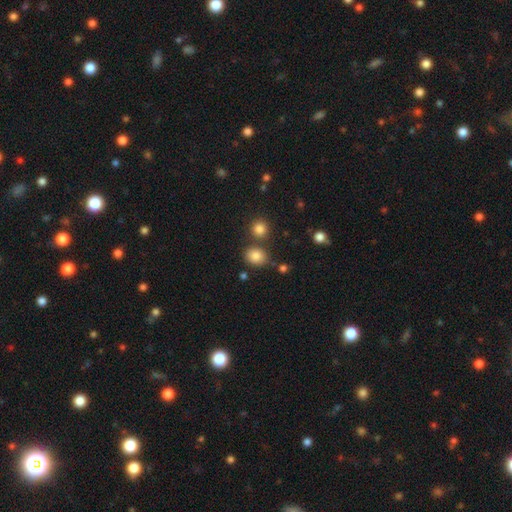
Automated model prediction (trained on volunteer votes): The model was most divided on "how rounded": round: 61%, in between: 38%, cigar-shaped: 1%. More confident: smooth or featured — smooth (83%); merging — none (75%).